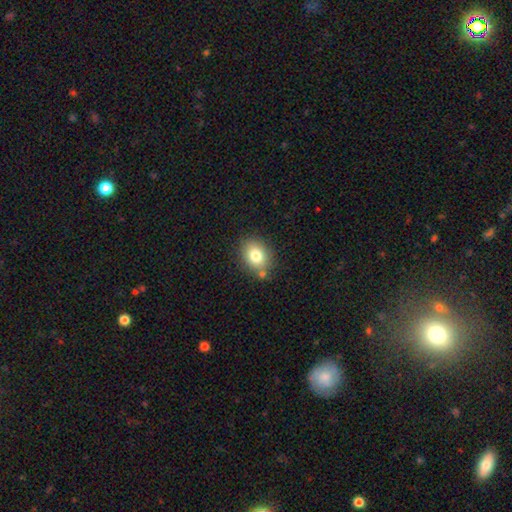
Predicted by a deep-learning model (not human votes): Q: Smooth or featured?
A: smooth (79%); runner-up: featured or disk (11%)
Q: How rounded?
A: in between (54%); runner-up: round (45%)
Q: Merging?
A: none (76%); runner-up: minor disturbance (13%)